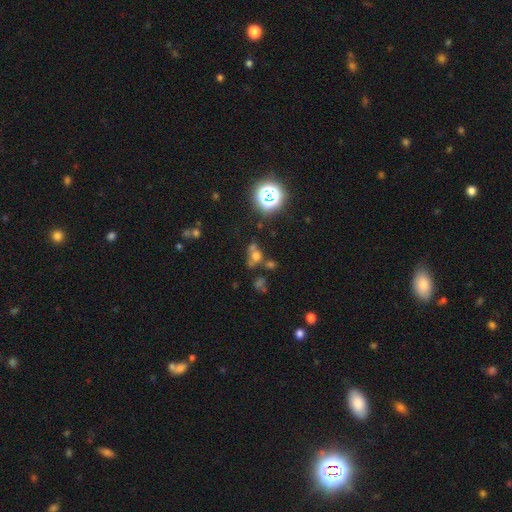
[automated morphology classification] Smooth or featured? smooth (52%)
How rounded? round (52%)
Merging? none (39%)